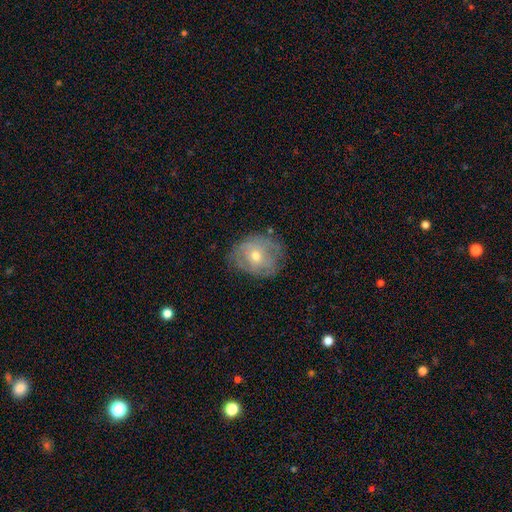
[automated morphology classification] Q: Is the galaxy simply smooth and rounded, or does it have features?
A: featured or disk — 56%.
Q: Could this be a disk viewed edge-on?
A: no — 96%.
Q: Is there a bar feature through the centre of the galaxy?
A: no — 81%.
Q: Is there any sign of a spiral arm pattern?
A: yes — 58%.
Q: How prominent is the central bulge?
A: moderate — 58%.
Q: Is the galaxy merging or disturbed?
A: none — 65%.